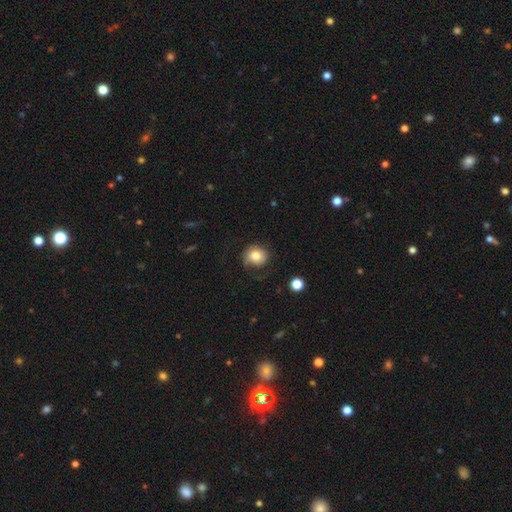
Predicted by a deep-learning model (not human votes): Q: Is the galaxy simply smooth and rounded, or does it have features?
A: smooth — 77%.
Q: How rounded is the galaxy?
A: round — 82%.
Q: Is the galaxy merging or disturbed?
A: none — 64%.